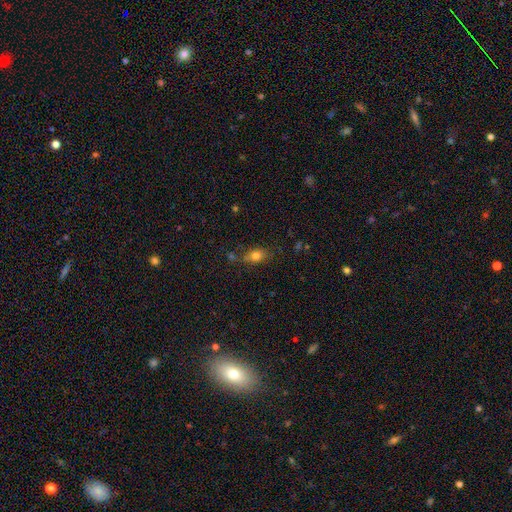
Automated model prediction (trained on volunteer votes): smooth_or_featured: smooth (p=0.78) [alt: star or artifact p=0.12]
how_rounded: in between (p=0.70) [alt: round p=0.26]
merging: none (p=0.65) [alt: minor disturbance p=0.20]